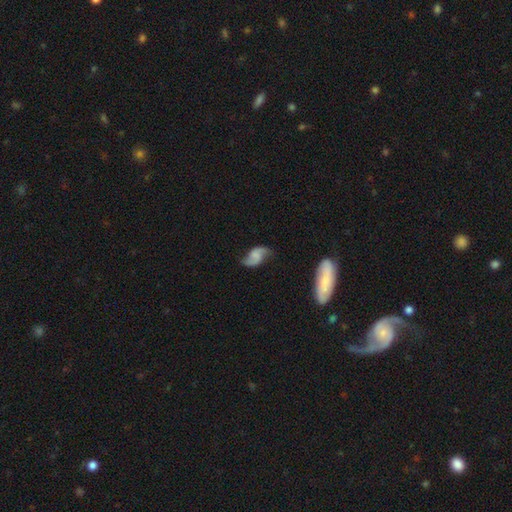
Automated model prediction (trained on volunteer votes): A featured or disk galaxy (75%) with no bar (55%), 2 (92%) loose (67%) spiral arms (94%) and no central bulge (59%). Merging: none (68%).